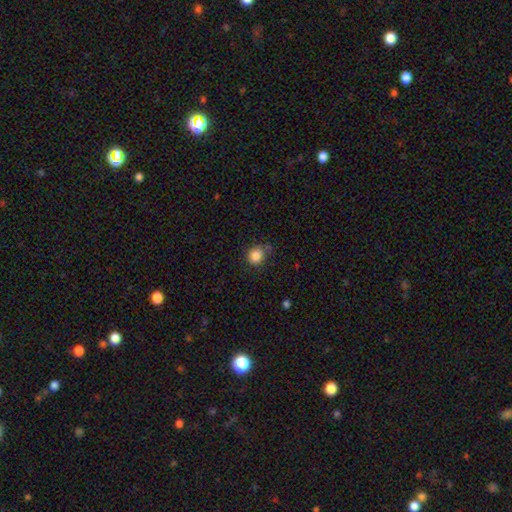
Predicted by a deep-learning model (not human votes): The model was most divided on "merging": none: 70%, minor disturbance: 21%, major disturbance: 5%, merger: 4%. More confident: smooth or featured — smooth (85%); how rounded — round (79%).